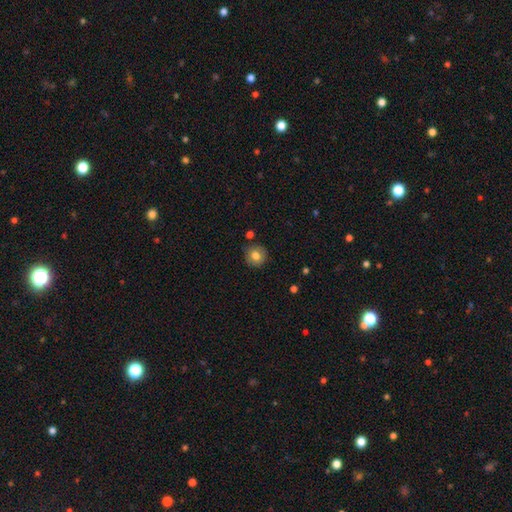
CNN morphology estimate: A smooth galaxy with no disk features (79%) that is round (92%).

Vote fractions:
- Smooth or featured? smooth: 79% / featured or disk: 12% / star or artifact: 9%
- How rounded? round: 92% / in between: 7% / cigar-shaped: 1%
- Merging? none: 85% / minor disturbance: 10% / merger: 3% / major disturbance: 2%